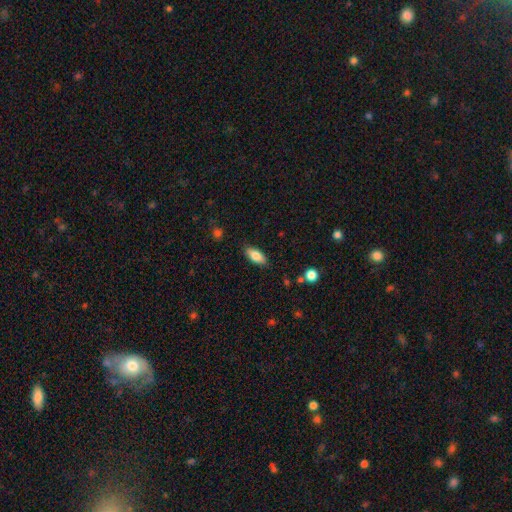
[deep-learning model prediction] Overall: smooth (81%). How rounded: in between (84%). Merging: none (85%).